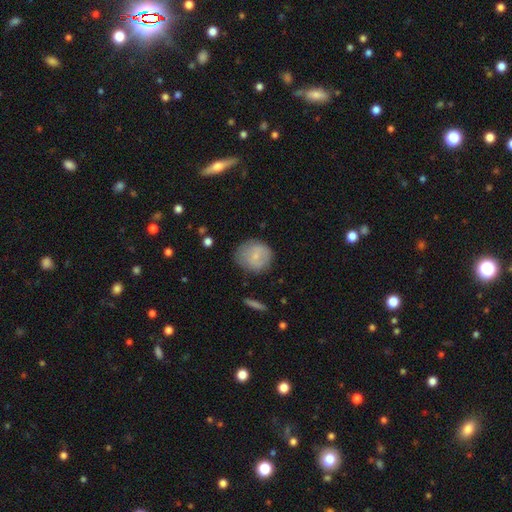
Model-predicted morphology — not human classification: The model was most divided on "smooth or featured": smooth: 71%, featured or disk: 22%, star or artifact: 7%. More confident: how rounded — round (83%); merging — none (70%).